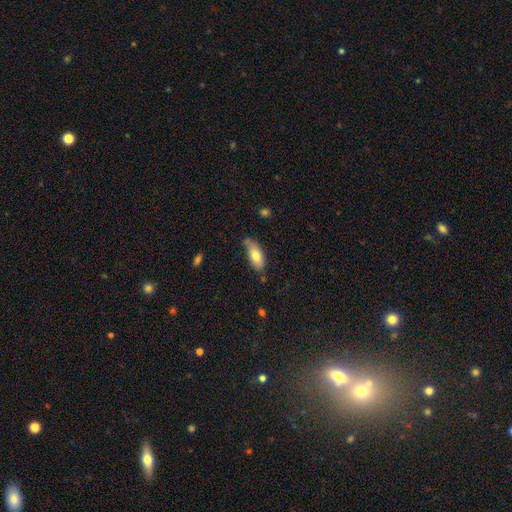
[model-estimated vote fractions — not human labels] Smooth or featured? Predicted: smooth (p=0.75). How rounded? Predicted: in between (p=0.81). Merging? Predicted: none (p=0.59).